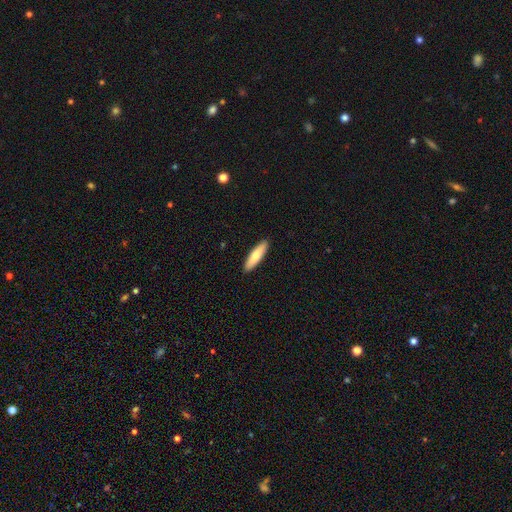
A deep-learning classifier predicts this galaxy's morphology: smooth_or_featured: smooth (p=0.75) [alt: featured or disk p=0.20]
how_rounded: cigar-shaped (p=0.67) [alt: in between p=0.31]
merging: none (p=0.91) [alt: minor disturbance p=0.06]